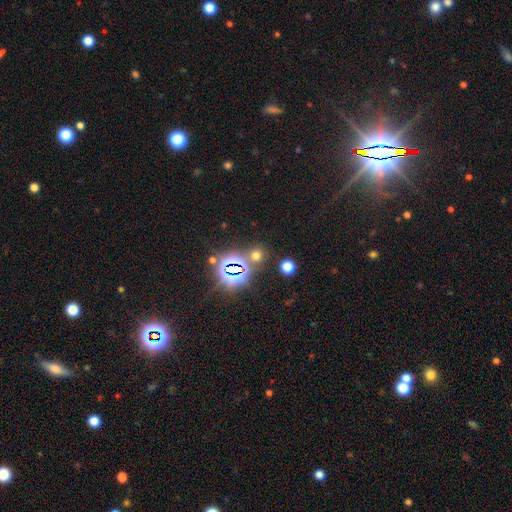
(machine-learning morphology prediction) This is possibly a smooth galaxy (50%). Merging: likely none (78%).